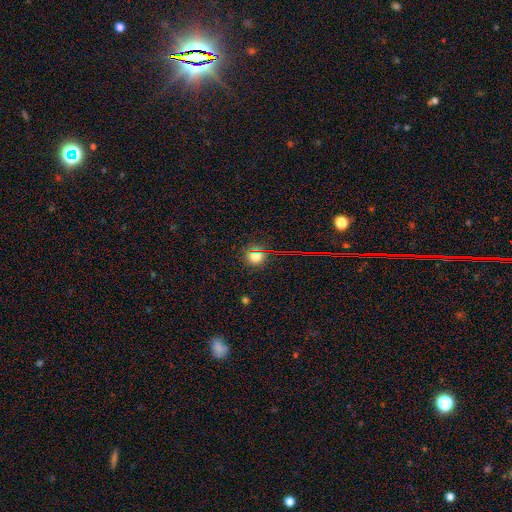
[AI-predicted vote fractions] The model was most divided on "smooth or featured": smooth: 54%, star or artifact: 38%, featured or disk: 8%. More confident: how rounded — round (88%); merging — none (85%).